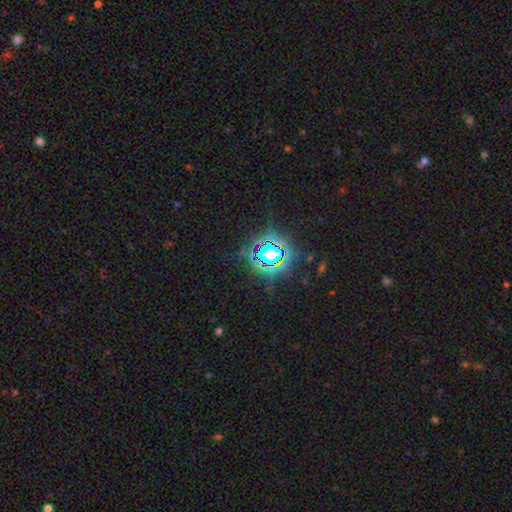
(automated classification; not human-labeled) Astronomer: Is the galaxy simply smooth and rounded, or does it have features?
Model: star or artifact — 82%.